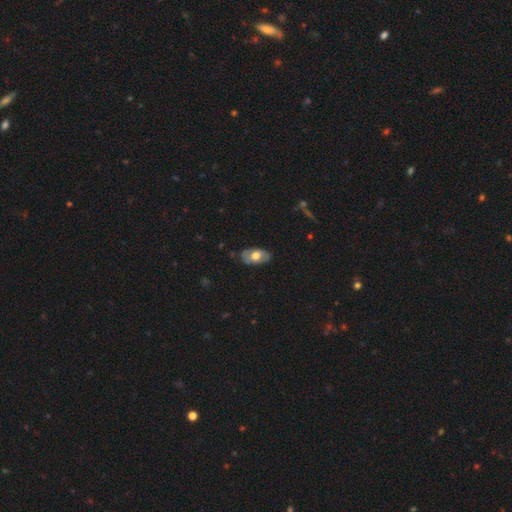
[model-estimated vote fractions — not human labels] This appears to be a smooth galaxy with no disk features (54%) that is in between round and cigar-shaped (92%). Merging: none (79%).